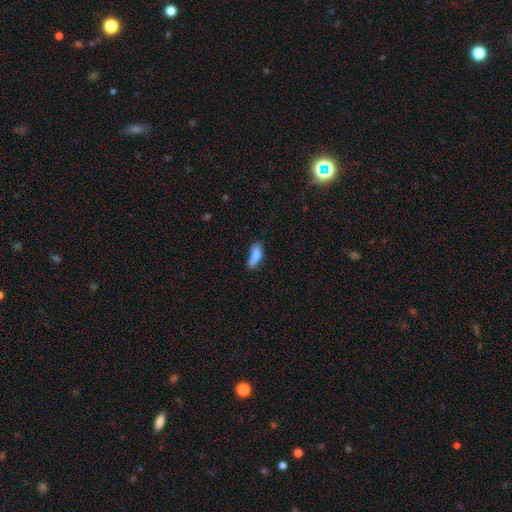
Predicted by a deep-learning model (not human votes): Smooth or featured: smooth — 75% (featured or disk — 18%)
How rounded: in between — 71% (cigar-shaped — 26%)
Merging: none — 56% (minor disturbance — 31%)